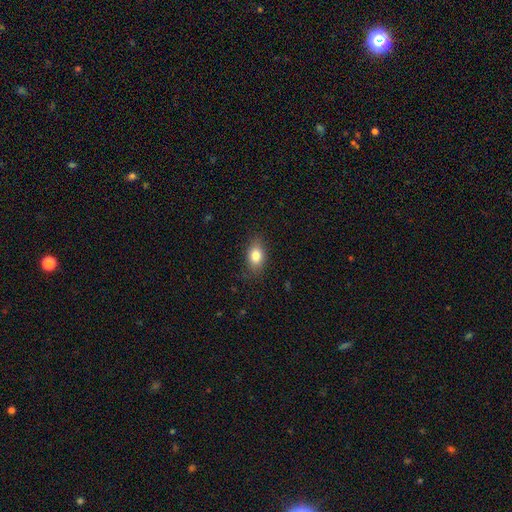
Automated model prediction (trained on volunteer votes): Q: Smooth or featured?
A: smooth (82%); runner-up: featured or disk (9%)
Q: How rounded?
A: in between (81%); runner-up: round (16%)
Q: Merging?
A: none (82%); runner-up: minor disturbance (13%)